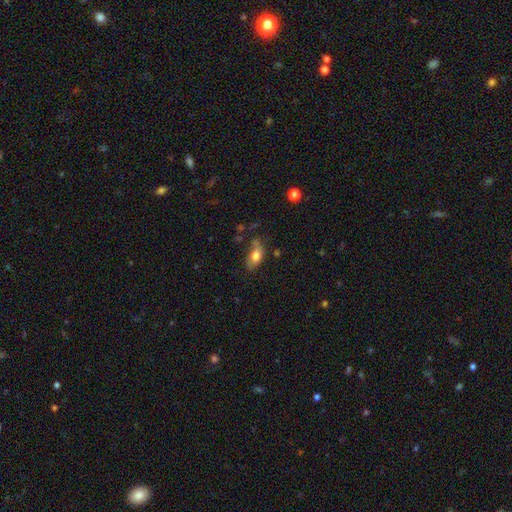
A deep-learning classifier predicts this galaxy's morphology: smooth_or_featured: smooth (p=0.75) [alt: featured or disk p=0.17]
how_rounded: in between (p=0.87) [alt: round p=0.07]
merging: none (p=0.54) [alt: minor disturbance p=0.30]